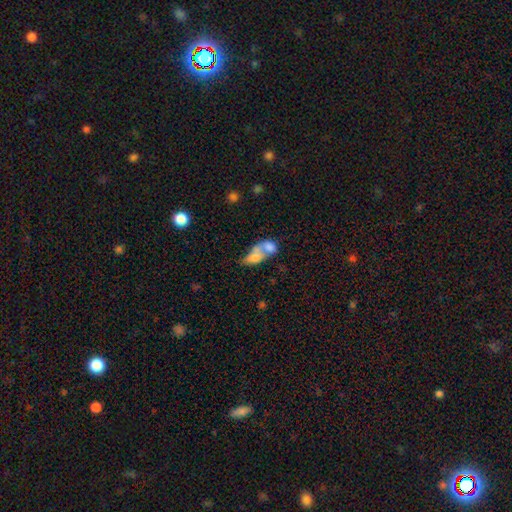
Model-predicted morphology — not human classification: Smooth or featured?
  - smooth: 62% *
  - featured or disk: 29%
  - star or artifact: 9%
How rounded?
  - in between: 79% *
  - round: 14%
  - cigar-shaped: 6%
Merging?
  - merger: 74% *
  - none: 12%
  - major disturbance: 7%
  - minor disturbance: 6%